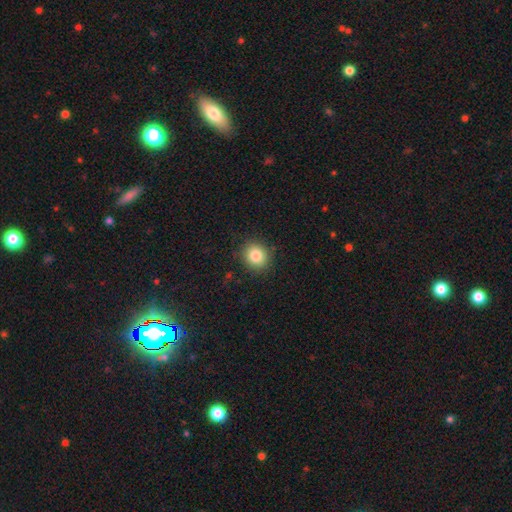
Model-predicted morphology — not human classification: type=smooth (84%); roundness=round (81%); merging=none (89%).